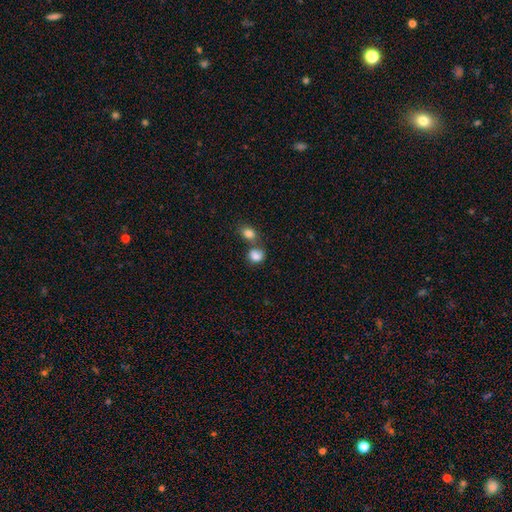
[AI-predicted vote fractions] Smooth or featured: smooth — 83% (star or artifact — 10%)
How rounded: round — 63% (in between — 36%)
Merging: none — 47% (merger — 37%)